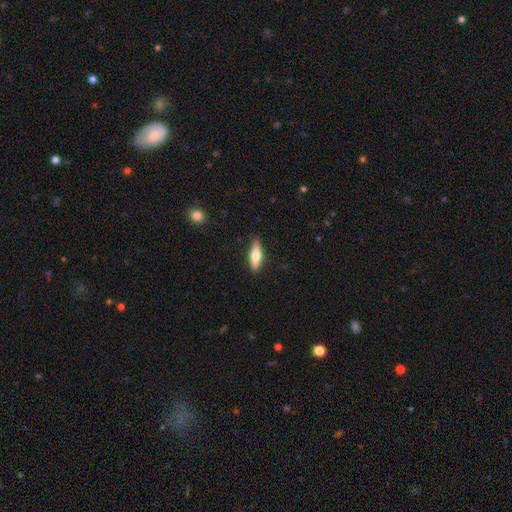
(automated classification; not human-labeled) Morphology: type=smooth (60%); roundness=in between (52%); merging=none (87%).